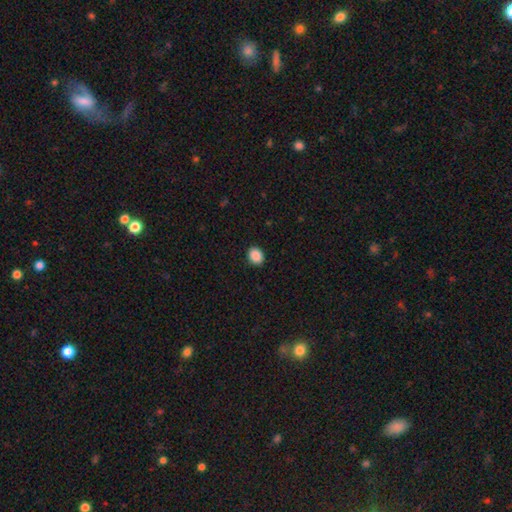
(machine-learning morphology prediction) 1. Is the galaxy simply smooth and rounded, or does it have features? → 89% smooth, 8% star or artifact, 2% featured or disk.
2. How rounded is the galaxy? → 52% round, 47% in between, 1% cigar-shaped.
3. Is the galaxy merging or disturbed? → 91% none, 6% minor disturbance, 2% major disturbance, 1% merger.